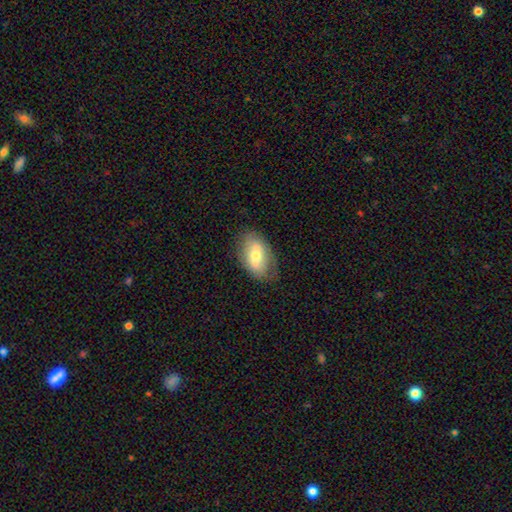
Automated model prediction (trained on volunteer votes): A smooth galaxy with no disk features (62%) that is in between round and cigar-shaped (91%). Merging: none (78%).